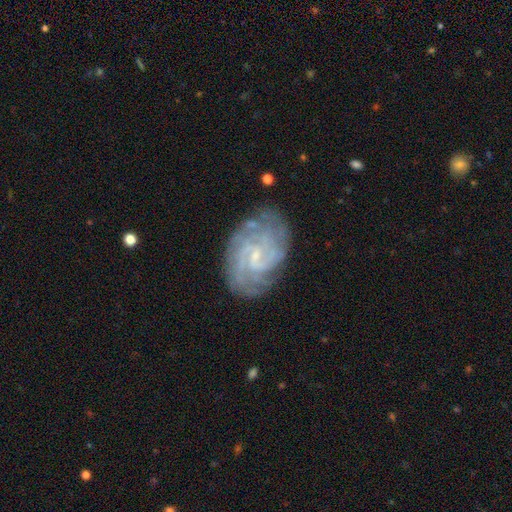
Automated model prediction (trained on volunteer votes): This is clearly a featured or disk galaxy (87%). It is clearly not viewed edge-on (98%). Bar: possibly weak (49%). Spiral arm pattern: clearly yes (97%). Spiral arm count: marginally can't tell (29%). Spiral winding: likely tight (66%). Central bulge: likely small (76%). Merging: likely none (77%).